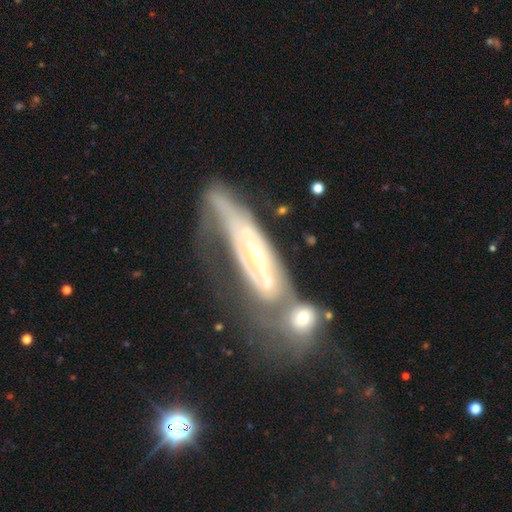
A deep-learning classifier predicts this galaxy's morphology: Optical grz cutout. It shows a featured or disk galaxy (76%) with no bar (65%), spiral arms (70%) and a small central bulge (64%). Merging: merger (42%).